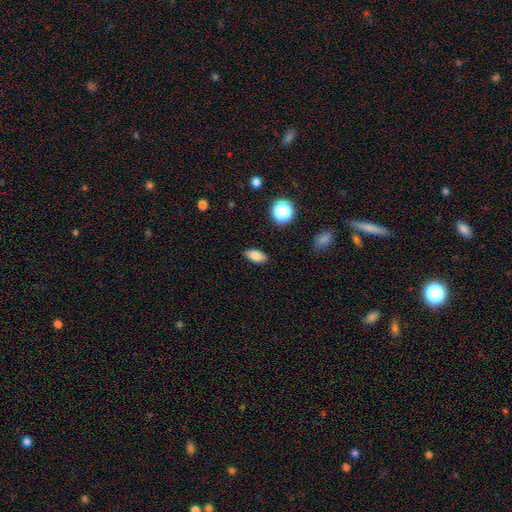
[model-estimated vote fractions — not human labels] A smooth galaxy with no disk features (83%) that is in between round and cigar-shaped (87%).

Vote fractions:
- Smooth or featured? smooth: 83% / star or artifact: 10% / featured or disk: 7%
- How rounded? in between: 87% / cigar-shaped: 6% / round: 6%
- Merging? none: 87% / minor disturbance: 9% / major disturbance: 2% / merger: 1%